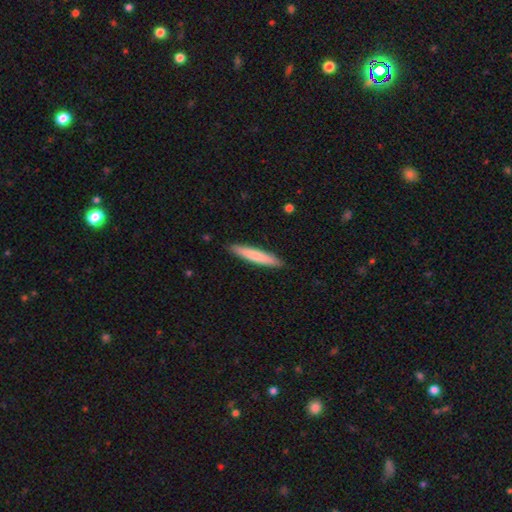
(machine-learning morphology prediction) smooth_or_featured: smooth (p=0.74) [alt: featured or disk p=0.21]
how_rounded: cigar-shaped (p=0.92) [alt: in between p=0.07]
merging: none (p=0.91) [alt: minor disturbance p=0.07]